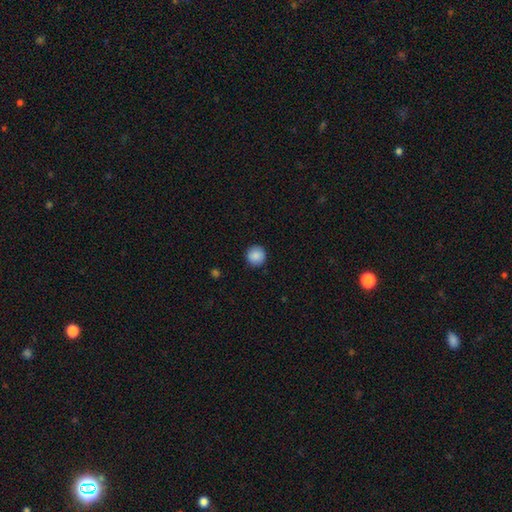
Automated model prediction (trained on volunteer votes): A smooth galaxy with no disk features (89%) that is round (95%).

Vote fractions:
- Smooth or featured? smooth: 89% / star or artifact: 8% / featured or disk: 3%
- How rounded? round: 95% / in between: 4% / cigar-shaped: 1%
- Merging? none: 92% / minor disturbance: 6% / major disturbance: 2% / merger: 1%